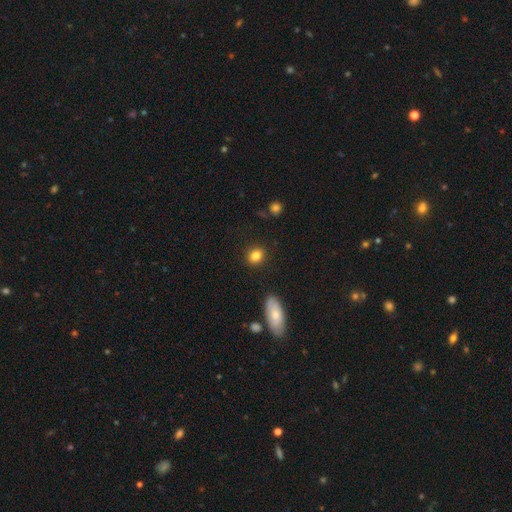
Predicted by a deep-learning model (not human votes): Smooth or featured? smooth (84%)
How rounded? round (55%)
Merging? none (88%)